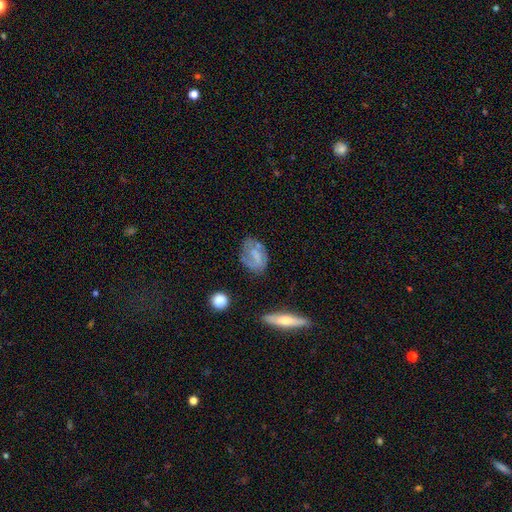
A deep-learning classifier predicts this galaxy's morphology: smooth-or-featured: smooth: 49% | featured or disk: 42% | star or artifact: 9%
  merging: none: 57% | minor disturbance: 26% | major disturbance: 13% | merger: 4%